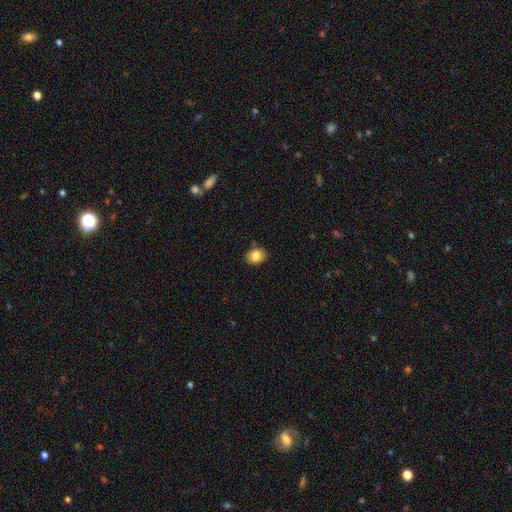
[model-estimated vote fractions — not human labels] smooth-or-featured: smooth: 84% | star or artifact: 9% | featured or disk: 8%
  how-rounded: in between: 59% | round: 40% | cigar-shaped: 1%
  merging: none: 81% | minor disturbance: 13% | merger: 3% | major disturbance: 2%